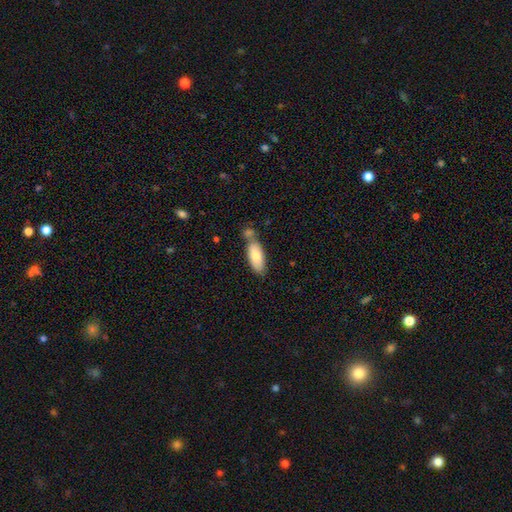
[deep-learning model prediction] smooth_or_featured: smooth (p=0.79) [alt: featured or disk p=0.15]
how_rounded: in between (p=0.82) [alt: cigar-shaped p=0.16]
merging: none (p=0.57) [alt: merger p=0.23]